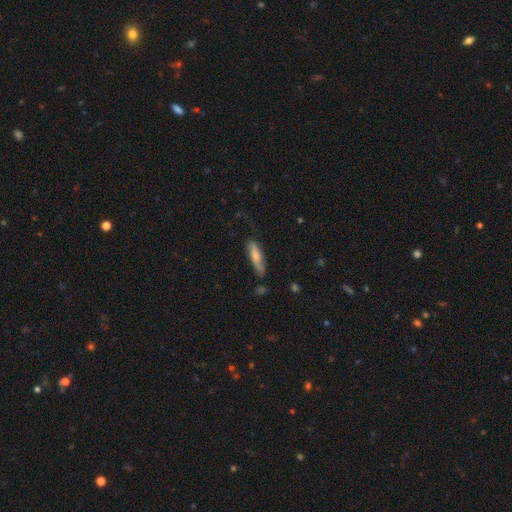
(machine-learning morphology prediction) Q: Smooth or featured?
A: smooth (64%); runner-up: featured or disk (30%)
Q: How rounded?
A: cigar-shaped (65%); runner-up: in between (33%)
Q: Merging?
A: none (69%); runner-up: minor disturbance (22%)